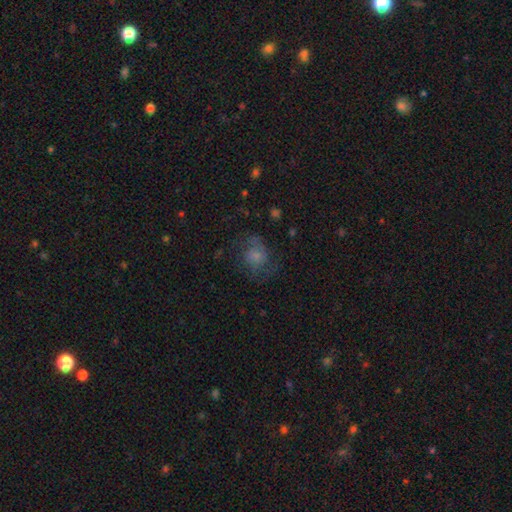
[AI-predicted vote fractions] This appears to be a smooth galaxy with no disk features (52%) that is round (67%). Merging: none (55%).